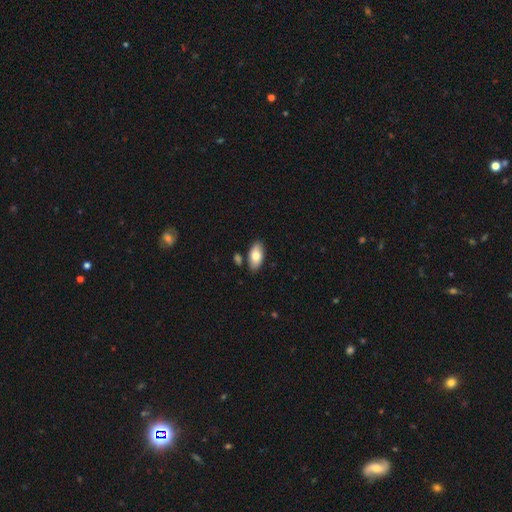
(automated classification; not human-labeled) smooth_or_featured: smooth (p=0.78) [alt: featured or disk p=0.16]
how_rounded: in between (p=0.94) [alt: cigar-shaped p=0.04]
merging: none (p=0.82) [alt: minor disturbance p=0.11]